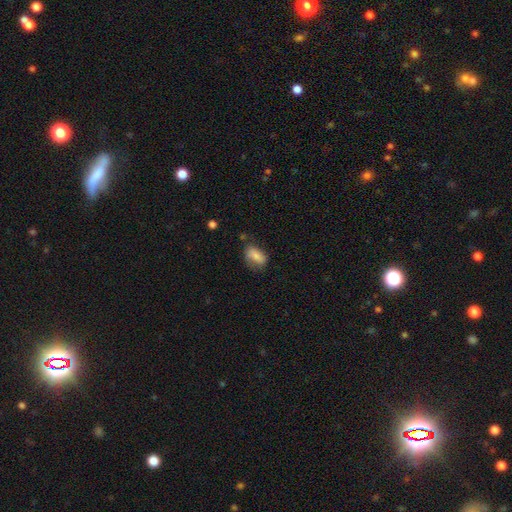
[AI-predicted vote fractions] smooth_or_featured: smooth (p=0.78) [alt: featured or disk p=0.15]
how_rounded: in between (p=0.89) [alt: round p=0.08]
merging: none (p=0.61) [alt: minor disturbance p=0.28]